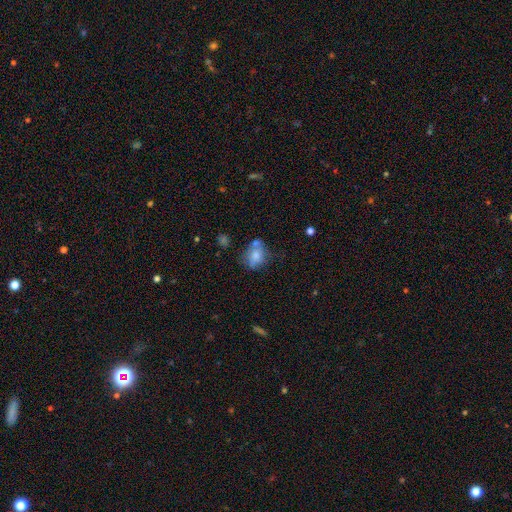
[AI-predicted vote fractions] smooth 69%, featured or disk 21%, star or artifact 10%. Down the decision tree: how rounded — in between (60%); merging — none (47%).